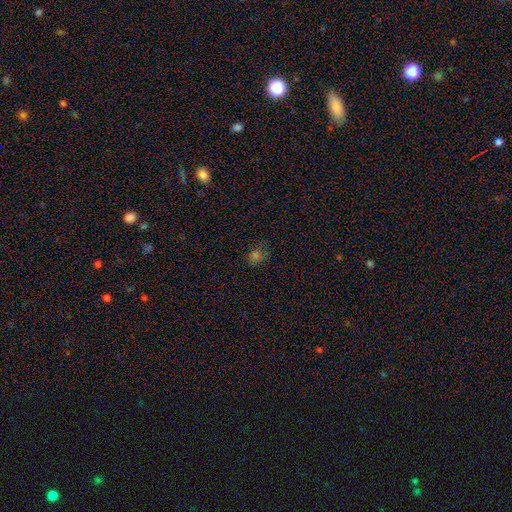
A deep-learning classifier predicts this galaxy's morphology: Q: Smooth or featured?
A: smooth (65%); runner-up: star or artifact (28%)
Q: How rounded?
A: round (68%); runner-up: in between (31%)
Q: Merging?
A: none (67%); runner-up: minor disturbance (21%)